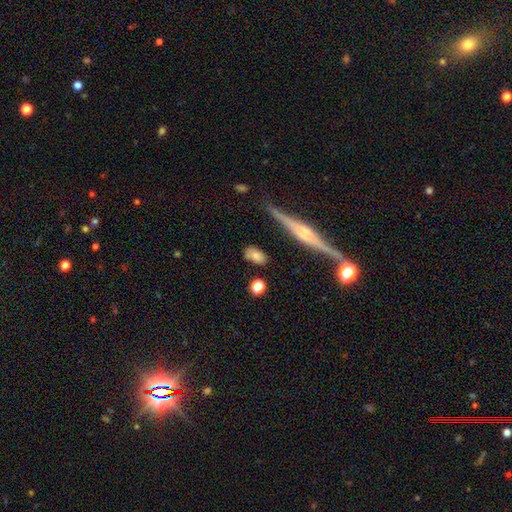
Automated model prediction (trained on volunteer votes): Morphology: type=smooth (77%); roundness=in between (82%); merging=none (68%).